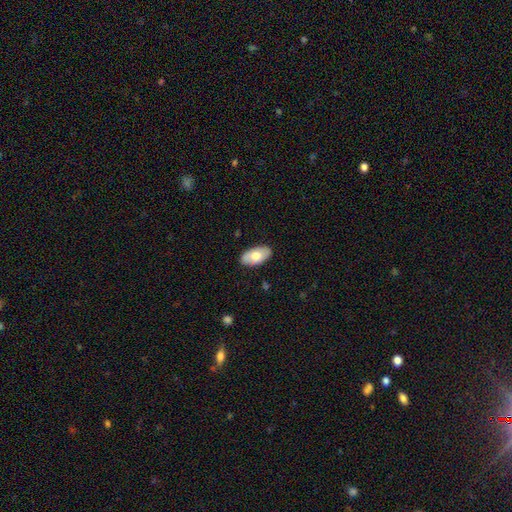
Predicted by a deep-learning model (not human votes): Overall: smooth (71%). How rounded: in between (95%). Merging: none (87%).